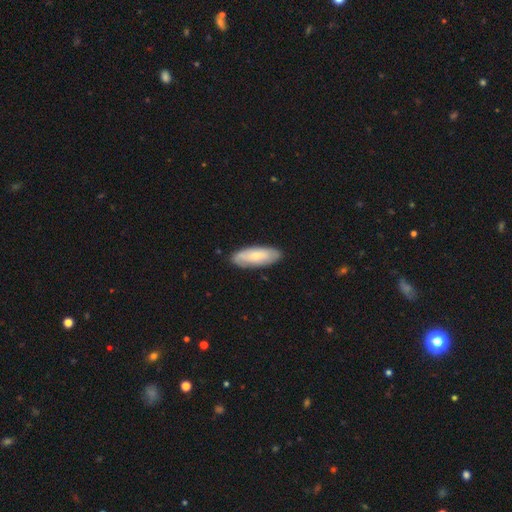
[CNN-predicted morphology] smooth_or_featured: smooth (p=0.65) [alt: featured or disk p=0.30]
how_rounded: in between (p=0.73) [alt: cigar-shaped p=0.25]
merging: none (p=0.84) [alt: minor disturbance p=0.13]